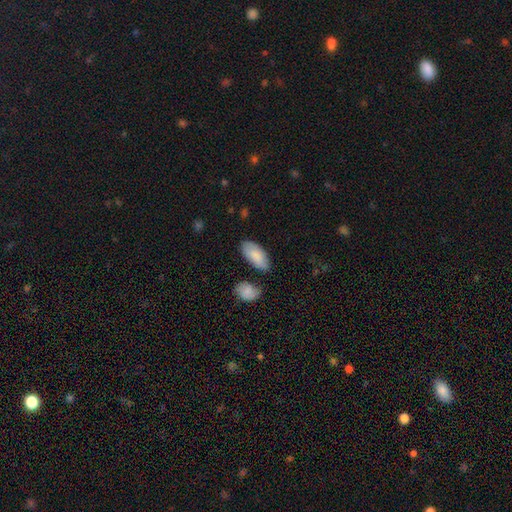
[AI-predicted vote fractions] Overall: smooth (85%). How rounded: in between (92%). Merging: none (71%).